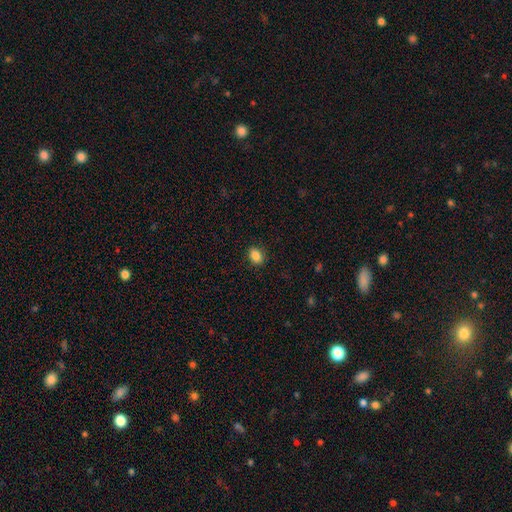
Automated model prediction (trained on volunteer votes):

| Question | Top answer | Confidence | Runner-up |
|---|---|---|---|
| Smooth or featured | smooth | 87% | star or artifact (9%) |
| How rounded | in between | 72% | round (26%) |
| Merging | none | 89% | minor disturbance (8%) |